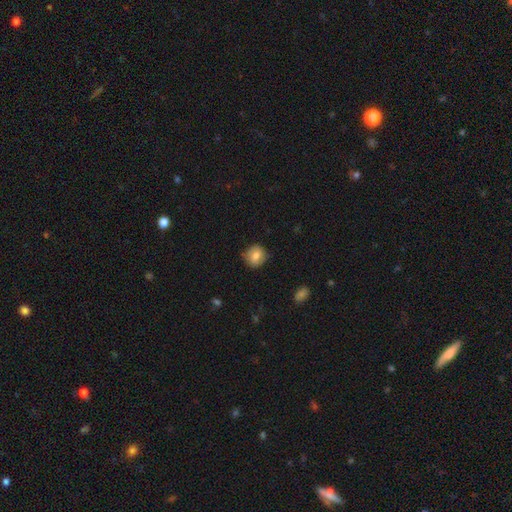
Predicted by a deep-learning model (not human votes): This is likely a smooth galaxy (75%). How rounded: clearly round (83%). Merging: clearly none (83%).